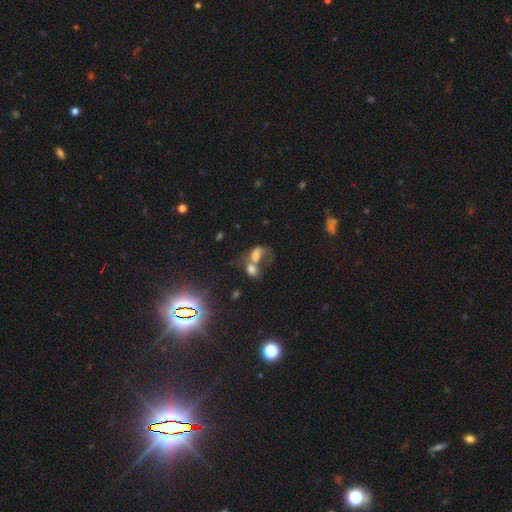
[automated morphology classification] Smooth or featured?
  - smooth: 51% *
  - featured or disk: 29%
  - star or artifact: 20%
How rounded?
  - in between: 75% *
  - round: 23%
  - cigar-shaped: 3%
Merging?
  - merger: 69% *
  - major disturbance: 13%
  - none: 12%
  - minor disturbance: 6%